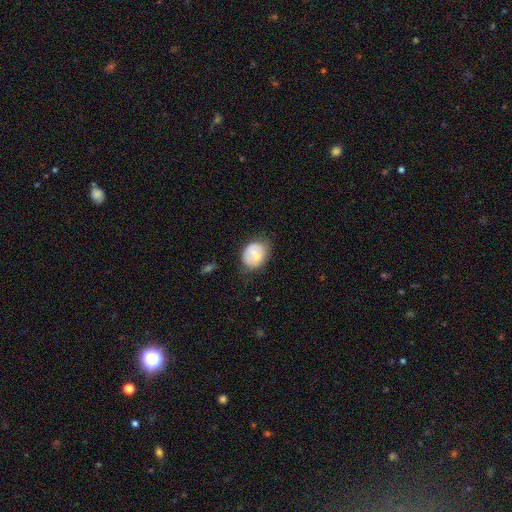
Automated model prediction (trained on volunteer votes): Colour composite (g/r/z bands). It shows a smooth galaxy with no disk features (68%) that is round (50%). Merging: none (57%).